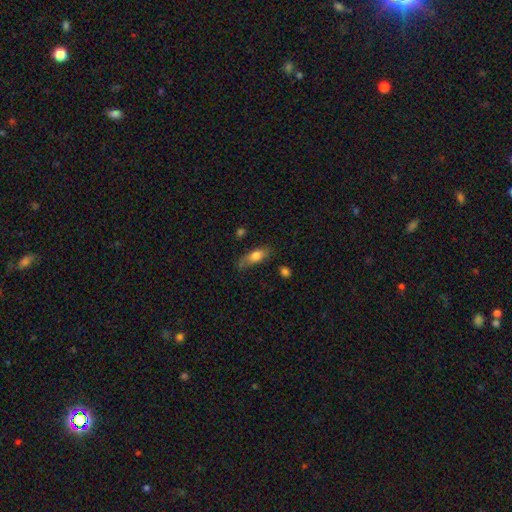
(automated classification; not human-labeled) This appears to be a smooth galaxy with no disk features (74%) that is in between round and cigar-shaped (70%). Merging: none (66%).